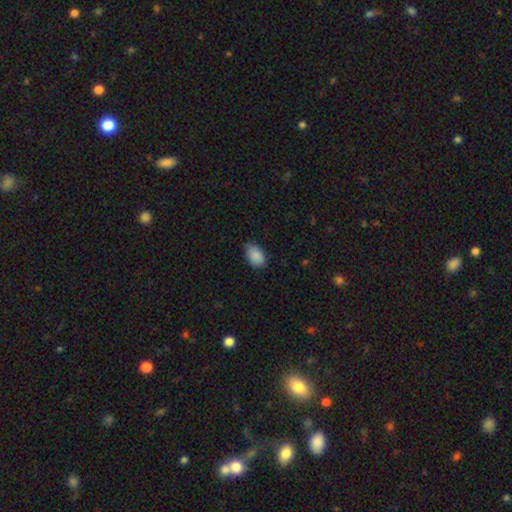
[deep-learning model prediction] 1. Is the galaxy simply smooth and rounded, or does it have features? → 89% smooth, 7% star or artifact, 4% featured or disk.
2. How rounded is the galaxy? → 91% in between, 8% round, 1% cigar-shaped.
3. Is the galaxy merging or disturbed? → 74% none, 22% minor disturbance, 3% major disturbance, 1% merger.